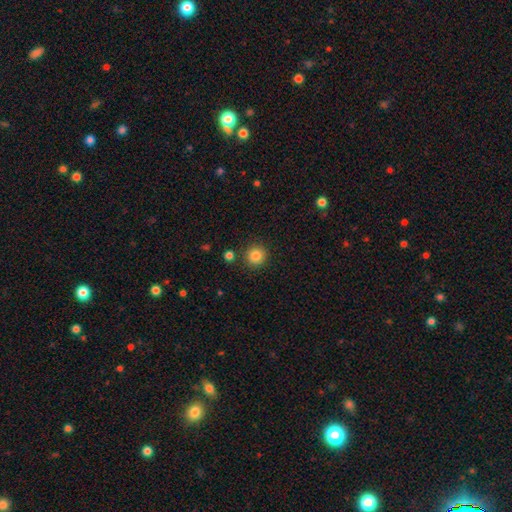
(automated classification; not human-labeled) Overall: smooth (84%). How rounded: round (94%). Merging: none (88%).